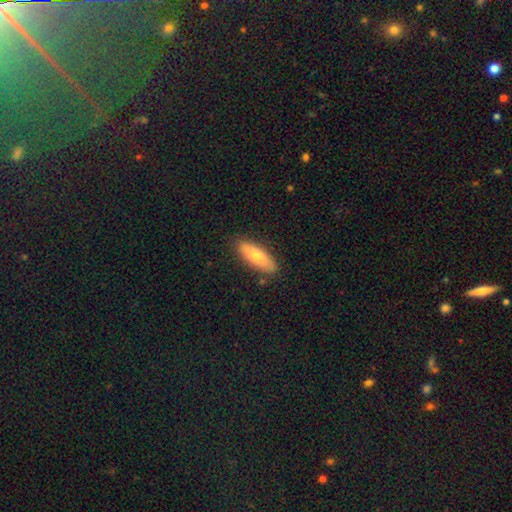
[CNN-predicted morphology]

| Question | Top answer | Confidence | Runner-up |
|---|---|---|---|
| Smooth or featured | smooth | 66% | featured or disk (27%) |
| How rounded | in between | 68% | cigar-shaped (29%) |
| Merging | none | 86% | minor disturbance (11%) |